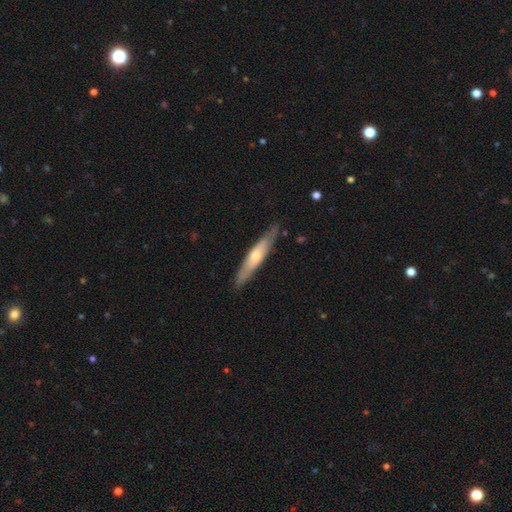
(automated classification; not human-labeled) This appears to be a featured or disk galaxy (50%) viewed edge-on (83%). Merging: none (85%).